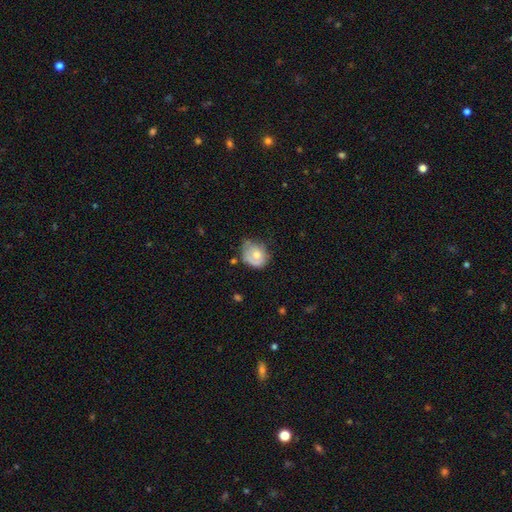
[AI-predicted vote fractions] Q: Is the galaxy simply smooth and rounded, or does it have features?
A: smooth — 61%.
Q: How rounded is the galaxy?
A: round — 52%.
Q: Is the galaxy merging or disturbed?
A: none — 40%.